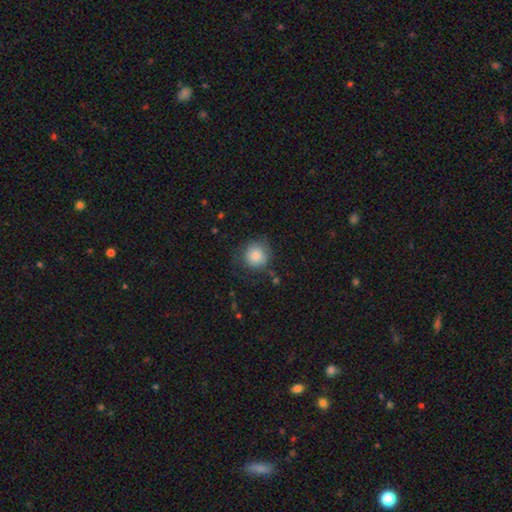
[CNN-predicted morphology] A smooth galaxy with no disk features (84%) that is round (92%).

Vote fractions:
- Smooth or featured? smooth: 84% / star or artifact: 8% / featured or disk: 8%
- How rounded? round: 92% / in between: 7% / cigar-shaped: 1%
- Merging? none: 71% / minor disturbance: 19% / major disturbance: 8% / merger: 2%